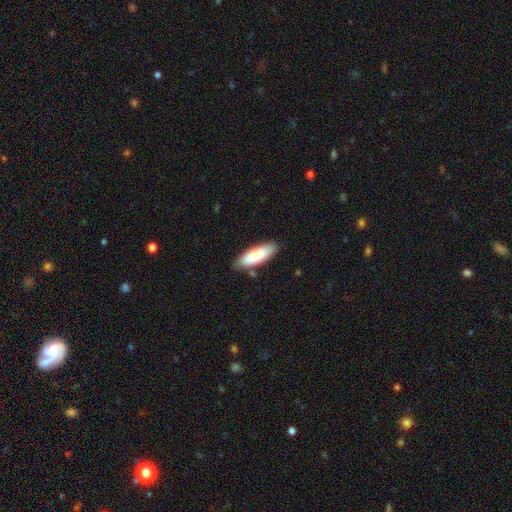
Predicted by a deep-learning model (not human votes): Overall: smooth (86%). How rounded: in between (62%; cigar-shaped 36%). Merging: none (81%).